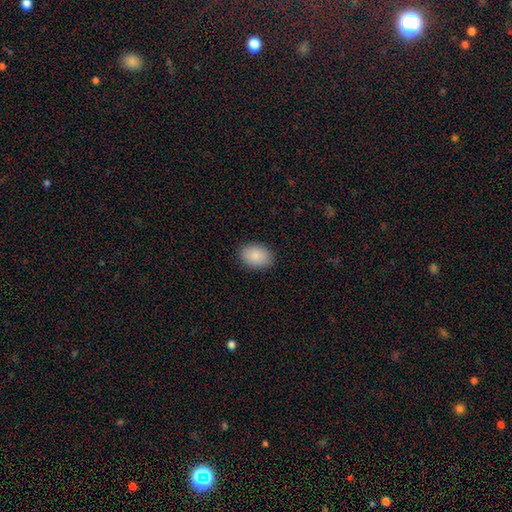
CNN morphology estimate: This appears to be a smooth galaxy with no disk features (89%) that is in between round and cigar-shaped (79%). Merging: none (88%).